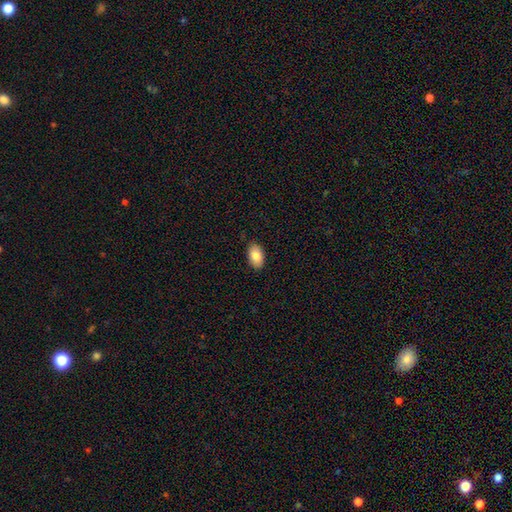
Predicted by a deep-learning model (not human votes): Overall: smooth (85%). How rounded: in between (93%). Merging: none (88%).